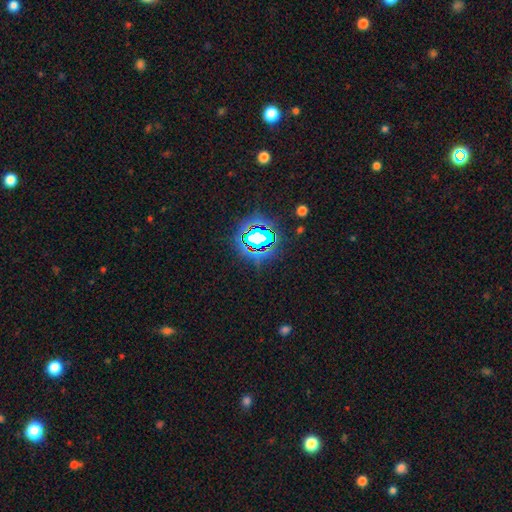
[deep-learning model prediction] This is clearly a star or artifact rather than a galaxy (81%).